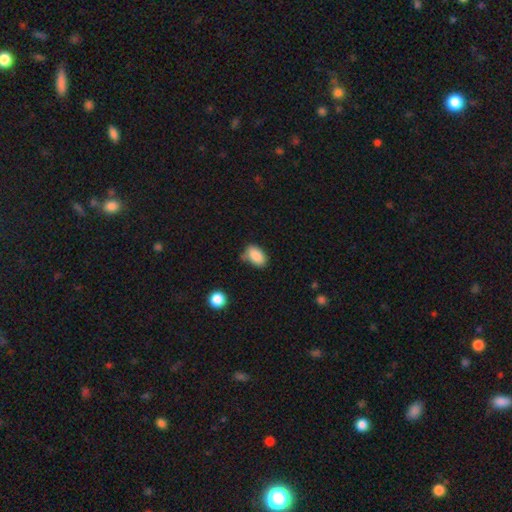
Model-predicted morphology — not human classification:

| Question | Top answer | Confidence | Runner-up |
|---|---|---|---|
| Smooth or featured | smooth | 87% | star or artifact (8%) |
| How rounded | in between | 90% | round (9%) |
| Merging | none | 67% | minor disturbance (23%) |